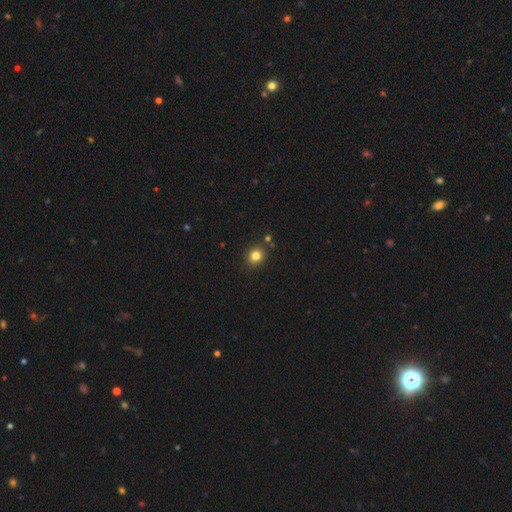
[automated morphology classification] type=smooth (81%); roundness=round (78%); merging=none (84%).